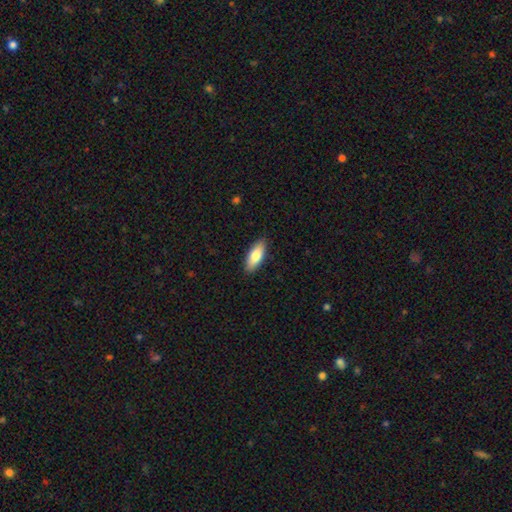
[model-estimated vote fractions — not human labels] A smooth galaxy with no disk features (78%) that is in between round and cigar-shaped (72%).

Vote fractions:
- Smooth or featured? smooth: 78% / featured or disk: 17% / star or artifact: 6%
- How rounded? in between: 72% / cigar-shaped: 26% / round: 2%
- Merging? none: 89% / minor disturbance: 8% / major disturbance: 2% / merger: 1%